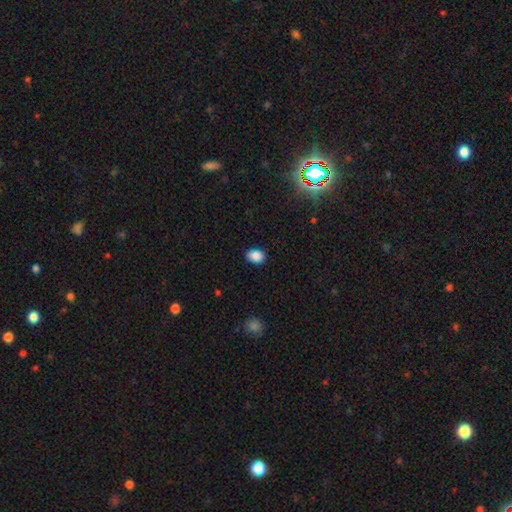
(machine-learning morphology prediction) The model was most divided on "how rounded": in between: 72%, round: 27%, cigar-shaped: 1%. More confident: smooth or featured — smooth (85%); merging — none (78%).